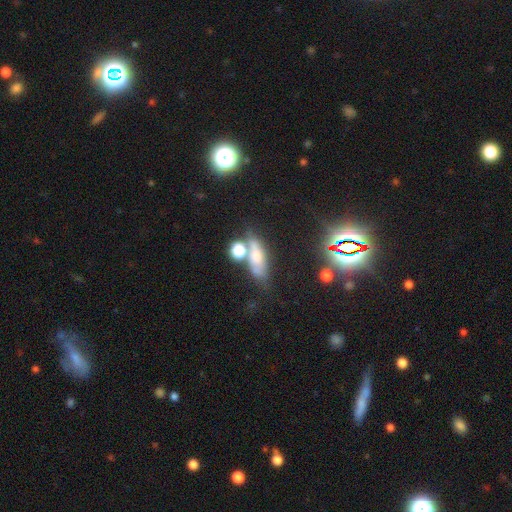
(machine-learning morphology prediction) Smooth or featured? smooth (59%)
How rounded? in between (54%)
Merging? none (45%)